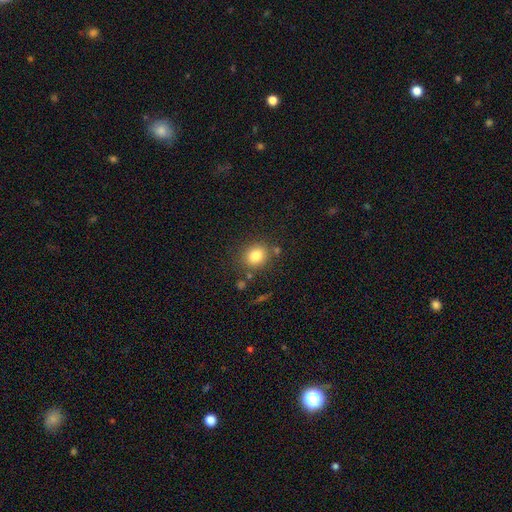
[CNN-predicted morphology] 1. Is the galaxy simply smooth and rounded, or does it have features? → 82% smooth, 11% star or artifact, 7% featured or disk.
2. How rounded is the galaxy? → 69% round, 30% in between, 1% cigar-shaped.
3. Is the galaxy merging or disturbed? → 79% none, 11% minor disturbance, 6% merger, 4% major disturbance.